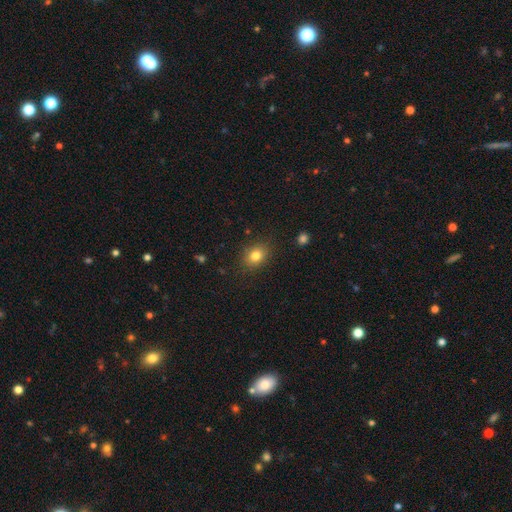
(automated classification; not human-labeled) smooth-or-featured: smooth: 81% | star or artifact: 11% | featured or disk: 8%
  how-rounded: in between: 54% | round: 45% | cigar-shaped: 1%
  merging: none: 85% | minor disturbance: 10% | major disturbance: 3% | merger: 1%